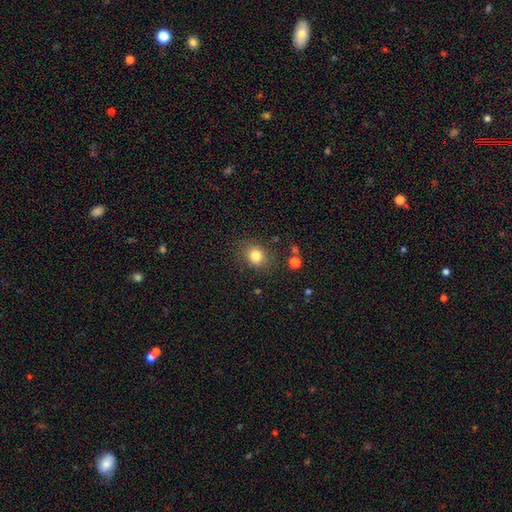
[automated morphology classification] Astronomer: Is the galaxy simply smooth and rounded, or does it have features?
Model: smooth — 82%.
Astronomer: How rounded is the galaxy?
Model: round — 67%.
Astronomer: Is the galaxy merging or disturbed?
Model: none — 80%.